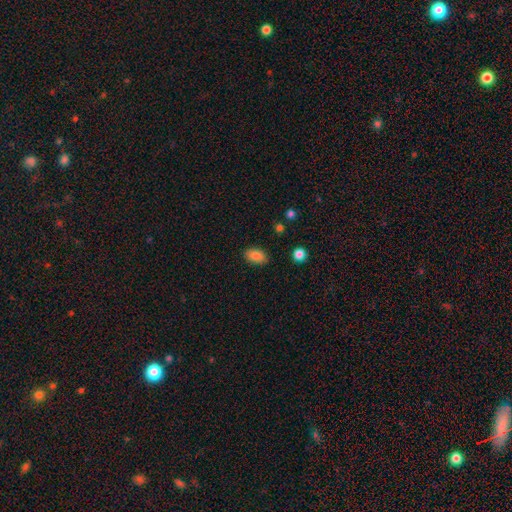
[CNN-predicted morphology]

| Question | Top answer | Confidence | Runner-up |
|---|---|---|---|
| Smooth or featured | smooth | 85% | star or artifact (9%) |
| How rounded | in between | 89% | round (9%) |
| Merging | none | 87% | minor disturbance (10%) |